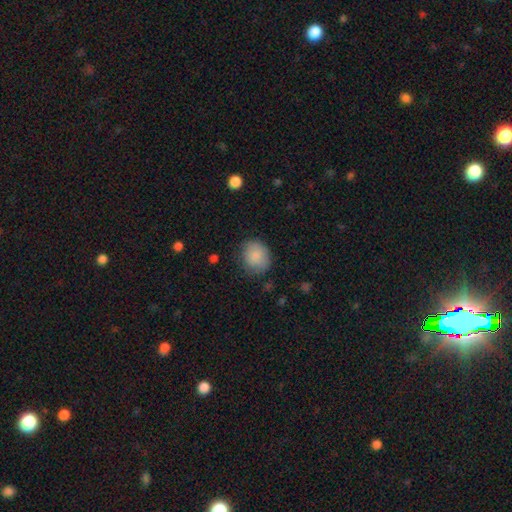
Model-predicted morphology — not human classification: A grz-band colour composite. It shows a smooth galaxy with no disk features (86%) that is round (74%). Merging: none (74%).